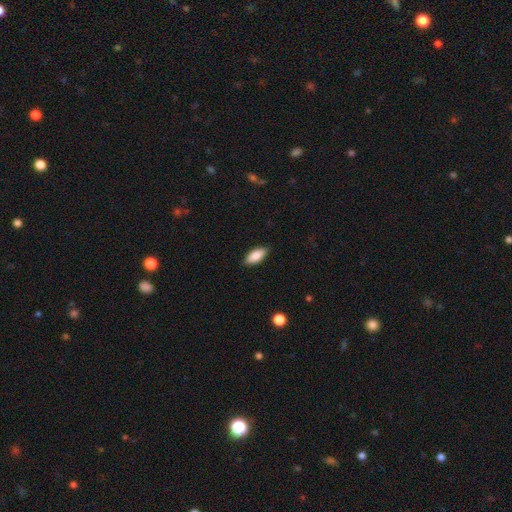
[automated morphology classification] Smooth or featured? smooth (87%)
How rounded? in between (87%)
Merging? none (87%)